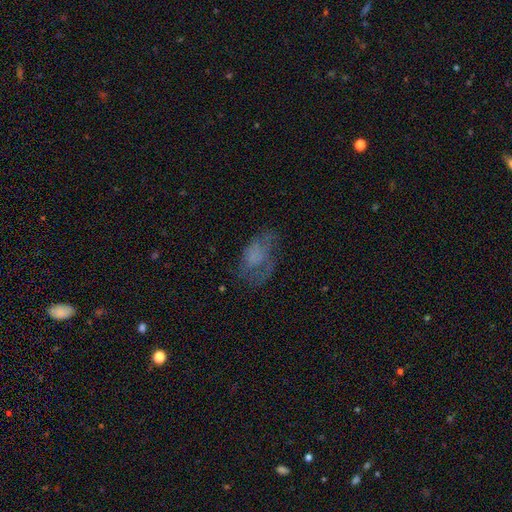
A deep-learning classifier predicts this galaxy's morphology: Smooth or featured? smooth (47%)
Merging? none (42%)